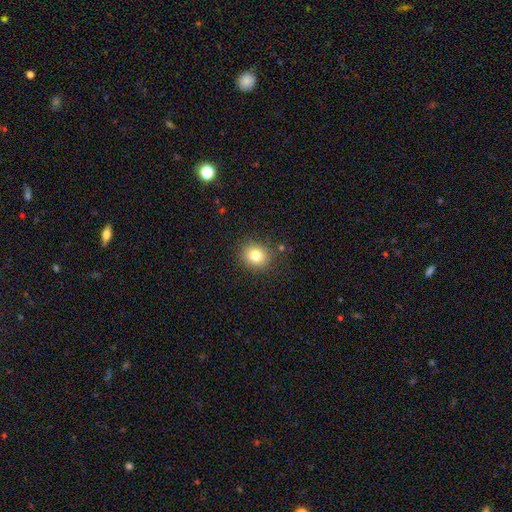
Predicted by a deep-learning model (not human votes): smooth 79%, star or artifact 12%, featured or disk 9%. Down the decision tree: how rounded — round (79%); merging — none (86%).